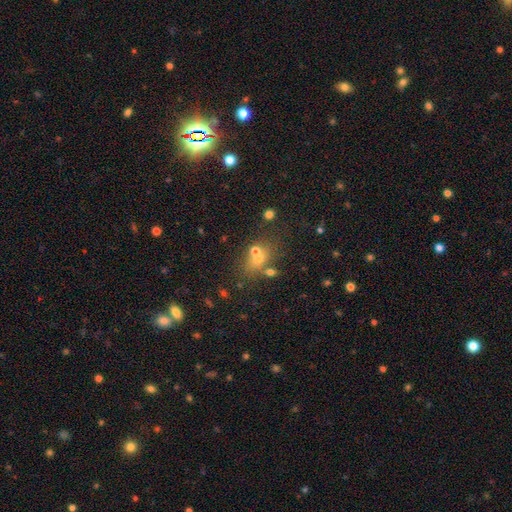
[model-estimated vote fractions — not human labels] Smooth or featured: smooth — 53% (star or artifact — 27%)
How rounded: round — 50% (in between — 46%)
Merging: none — 47% (merger — 37%)